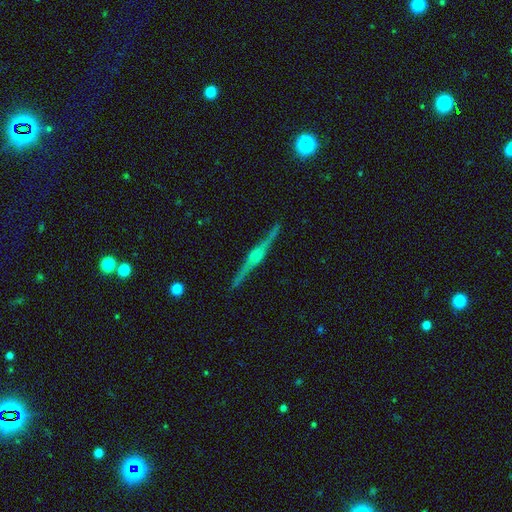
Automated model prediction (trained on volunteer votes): featured or disk 78%, smooth 14%, star or artifact 8%. Down the decision tree: edge-on disk — yes (97%); edge-on bulge — rounded (53%); merging — none (87%).